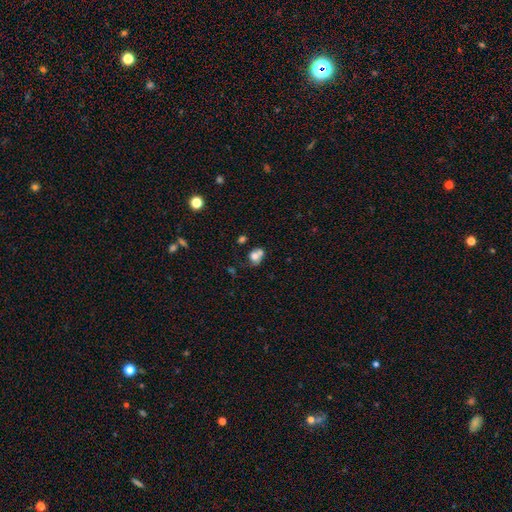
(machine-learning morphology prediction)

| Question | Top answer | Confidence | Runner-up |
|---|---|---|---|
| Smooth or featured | smooth | 70% | featured or disk (18%) |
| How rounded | round | 55% | in between (44%) |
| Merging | merger | 47% | none (31%) |